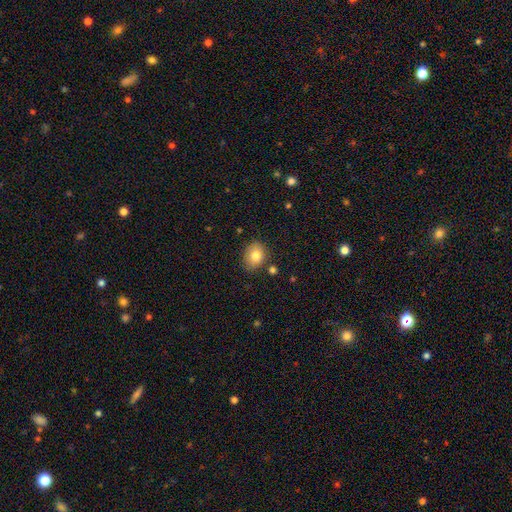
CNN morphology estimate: The model was most divided on "how rounded": in between: 51%, round: 48%, cigar-shaped: 1%. More confident: smooth or featured — smooth (81%); merging — none (78%).